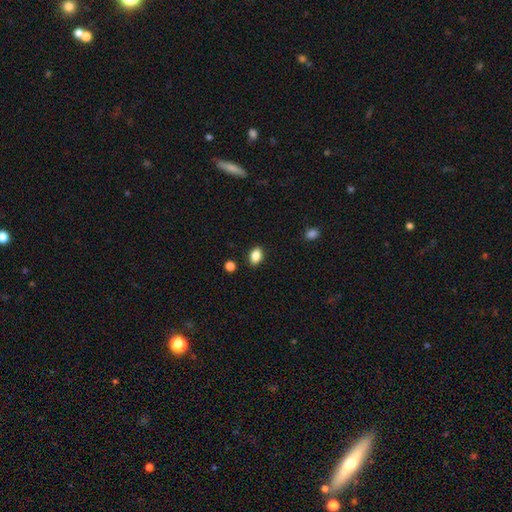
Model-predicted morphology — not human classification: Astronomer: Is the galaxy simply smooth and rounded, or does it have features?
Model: smooth — 86%.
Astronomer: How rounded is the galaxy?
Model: in between — 83%.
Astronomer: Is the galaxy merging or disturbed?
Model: none — 87%.